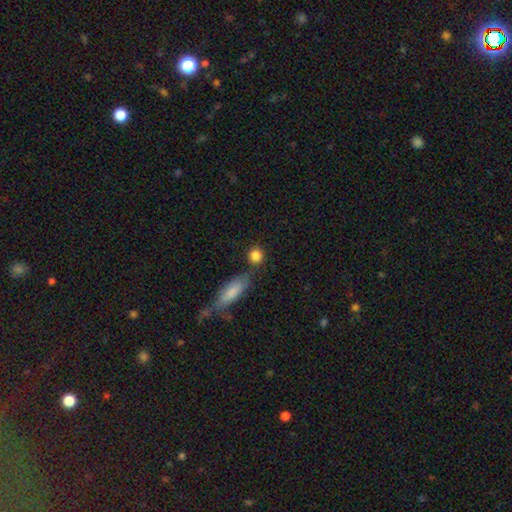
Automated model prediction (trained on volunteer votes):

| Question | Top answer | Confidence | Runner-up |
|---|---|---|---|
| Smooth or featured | smooth | 86% | star or artifact (9%) |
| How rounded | round | 81% | in between (15%) |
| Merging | none | 74% | merger (12%) |